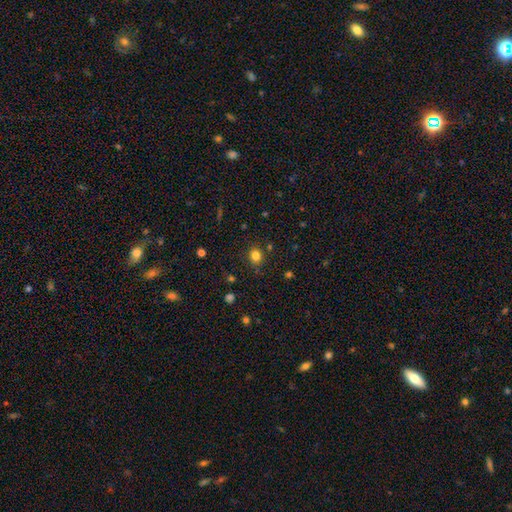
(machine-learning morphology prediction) A smooth galaxy with no disk features (81%) that is round (72%). Merging: none (83%).